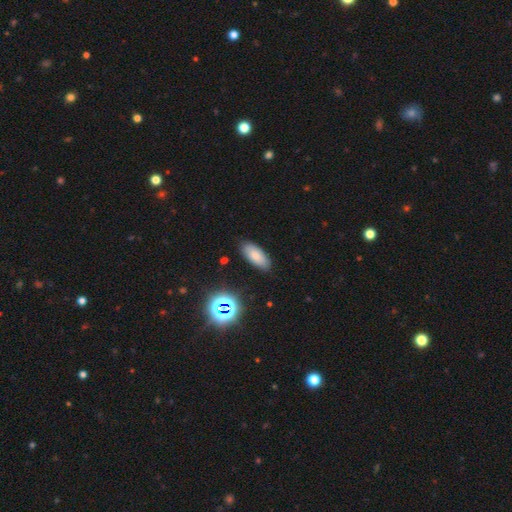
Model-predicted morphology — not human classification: Smooth or featured? smooth (77%)
How rounded? in between (86%)
Merging? none (85%)